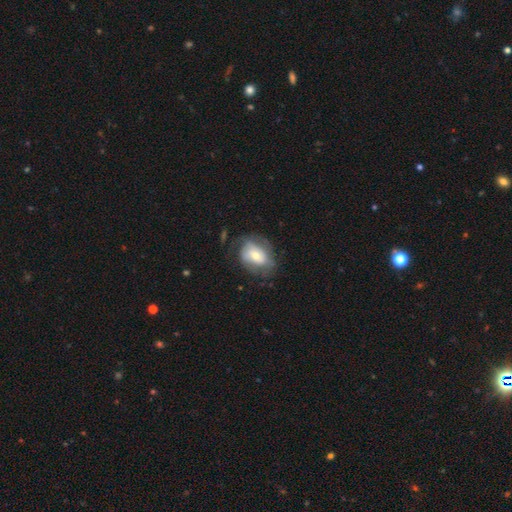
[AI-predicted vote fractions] Smooth or featured? Predicted: featured or disk (p=0.50). Merging? Predicted: none (p=0.54).